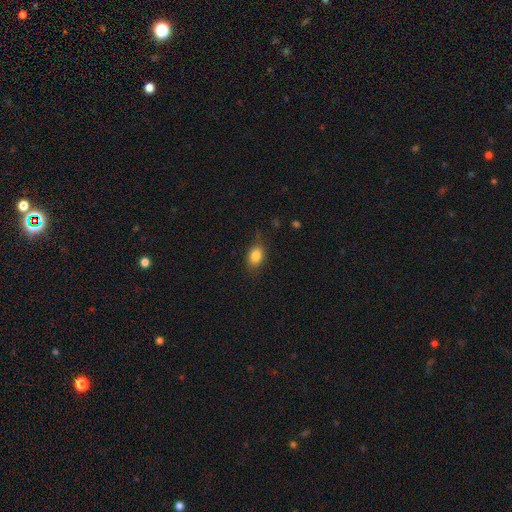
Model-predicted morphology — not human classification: Smooth or featured? smooth (84%)
How rounded? in between (72%)
Merging? none (73%)